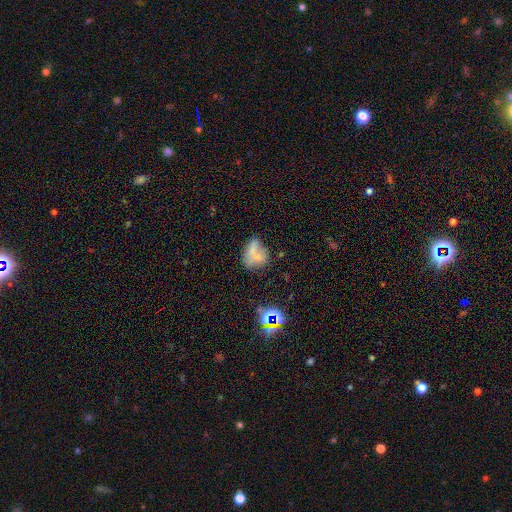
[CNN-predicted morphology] Overall: smooth (60%; featured or disk 25%). How rounded: in between (61%; round 37%). Merging: merger (35%; none 34%).